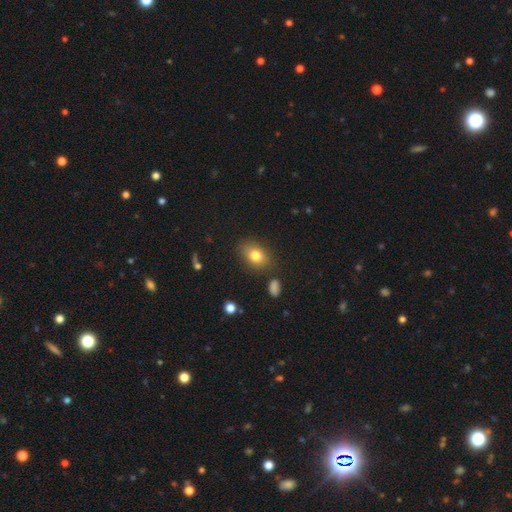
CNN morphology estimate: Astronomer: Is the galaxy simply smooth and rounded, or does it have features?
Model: smooth — 79%.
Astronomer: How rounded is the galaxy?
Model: in between — 75%.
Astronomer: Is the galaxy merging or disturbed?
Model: none — 81%.